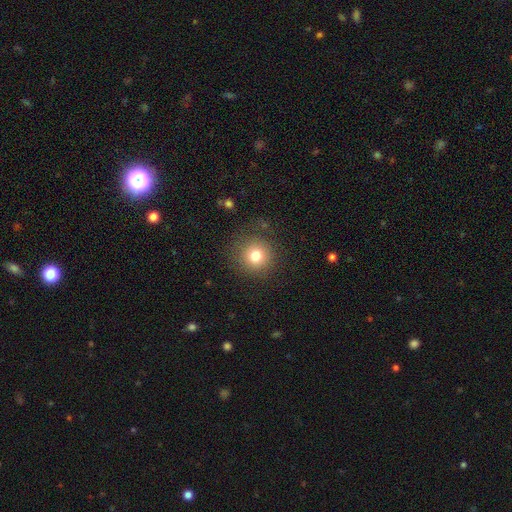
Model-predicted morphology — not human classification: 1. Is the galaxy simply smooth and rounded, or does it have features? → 80% smooth, 12% star or artifact, 9% featured or disk.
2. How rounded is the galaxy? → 93% round, 6% in between, 1% cigar-shaped.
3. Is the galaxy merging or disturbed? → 84% none, 10% minor disturbance, 5% major disturbance, 2% merger.